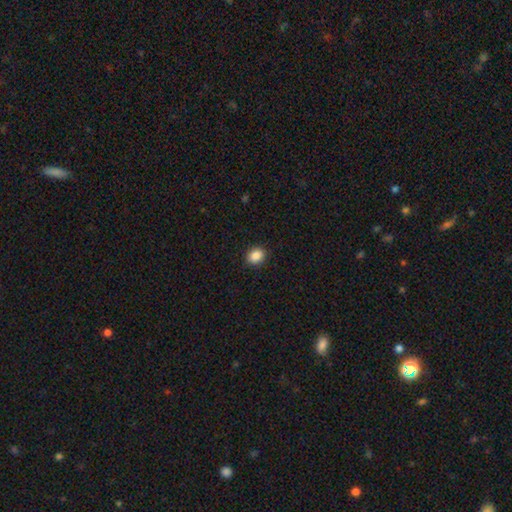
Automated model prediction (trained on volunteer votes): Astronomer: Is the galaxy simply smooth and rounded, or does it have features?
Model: smooth — 88%.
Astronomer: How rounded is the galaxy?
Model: in between — 51% (runner-up: round, 48%).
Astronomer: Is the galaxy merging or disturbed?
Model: none — 90%.